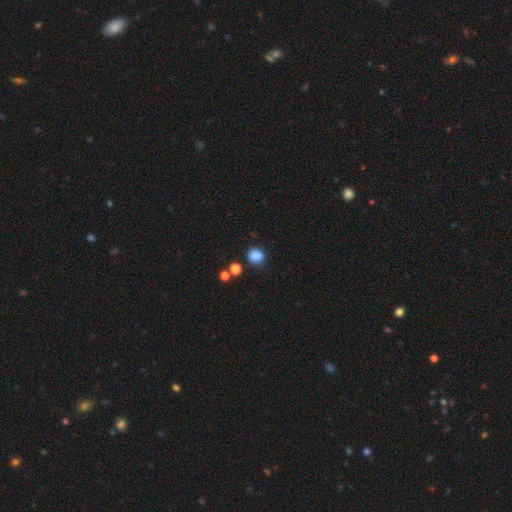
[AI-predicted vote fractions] smooth 85%, star or artifact 11%, featured or disk 4%. Down the decision tree: how rounded — round (66%); merging — none (75%).